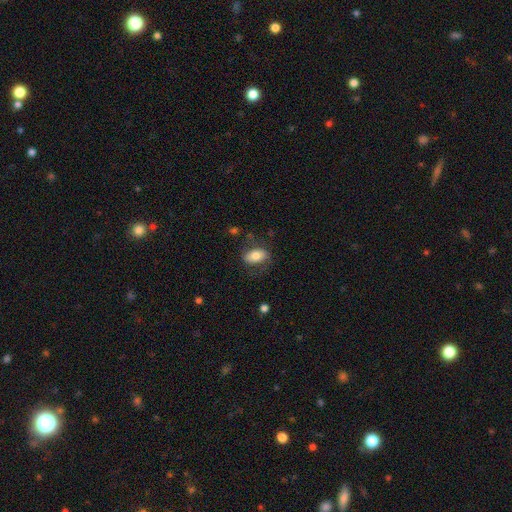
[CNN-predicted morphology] Q: Smooth or featured?
A: smooth (70%); runner-up: featured or disk (23%)
Q: How rounded?
A: in between (90%); runner-up: round (7%)
Q: Merging?
A: none (68%); runner-up: minor disturbance (19%)